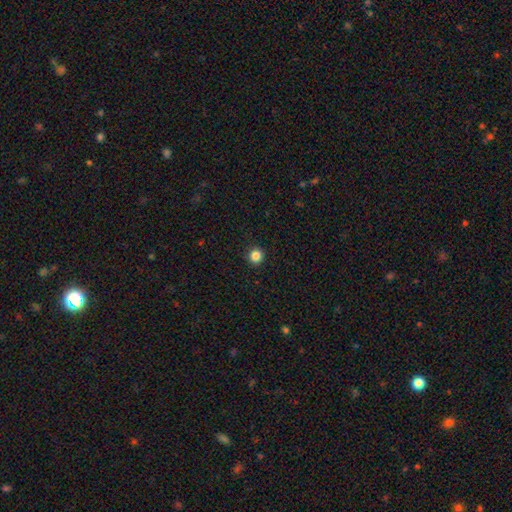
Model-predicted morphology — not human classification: A smooth galaxy with no disk features (85%) that is round (94%).

Vote fractions:
- Smooth or featured? smooth: 85% / star or artifact: 12% / featured or disk: 4%
- How rounded? round: 94% / in between: 5% / cigar-shaped: 1%
- Merging? none: 93% / minor disturbance: 5% / major disturbance: 2% / merger: 1%